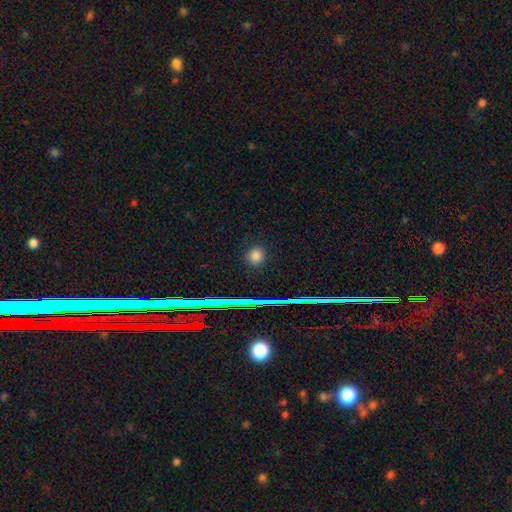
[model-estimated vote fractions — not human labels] Smooth or featured: smooth — 80% (star or artifact — 15%)
How rounded: round — 80% (in between — 18%)
Merging: none — 90% (minor disturbance — 7%)